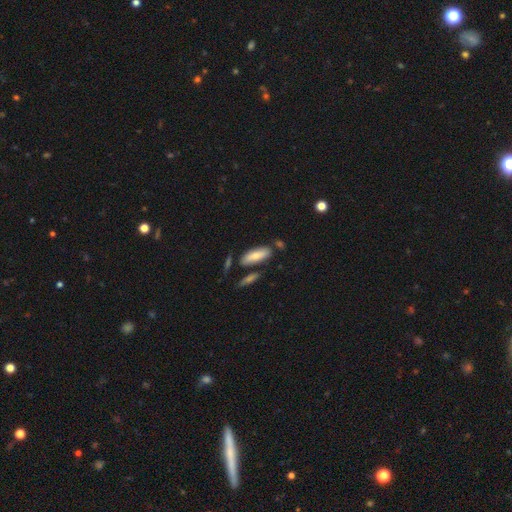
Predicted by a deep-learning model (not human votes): A smooth galaxy with no disk features (74%) that is in between round and cigar-shaped (71%).

Vote fractions:
- Smooth or featured? smooth: 74% / featured or disk: 20% / star or artifact: 7%
- How rounded? in between: 71% / cigar-shaped: 27% / round: 2%
- Merging? none: 69% / minor disturbance: 16% / merger: 10% / major disturbance: 4%